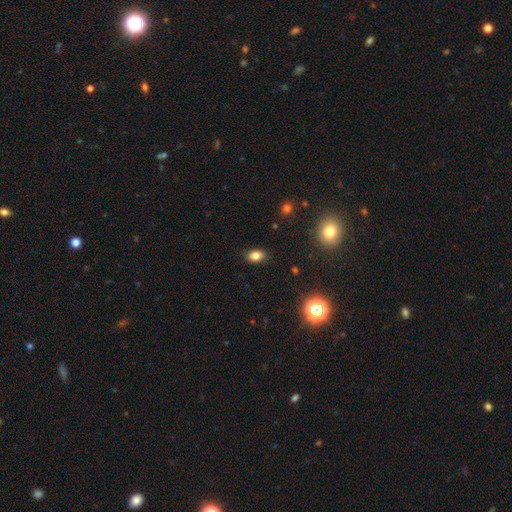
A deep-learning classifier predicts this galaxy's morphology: A smooth galaxy with no disk features (82%) that is in between round and cigar-shaped (82%). Merging: none (86%).